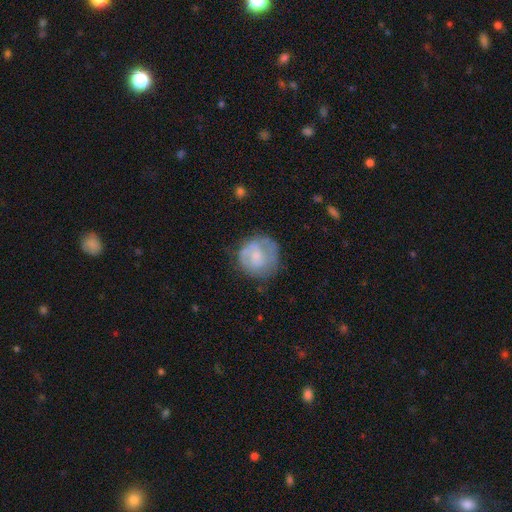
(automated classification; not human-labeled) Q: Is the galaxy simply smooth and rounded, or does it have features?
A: featured or disk — 48%.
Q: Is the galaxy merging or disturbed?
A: none — 64%.